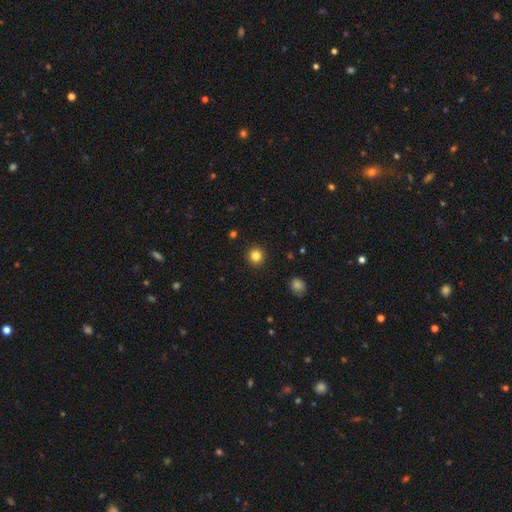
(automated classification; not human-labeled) smooth-or-featured: smooth: 83% | star or artifact: 12% | featured or disk: 5%
  how-rounded: round: 94% | in between: 5% | cigar-shaped: 1%
  merging: none: 93% | minor disturbance: 5% | major disturbance: 2% | merger: 1%